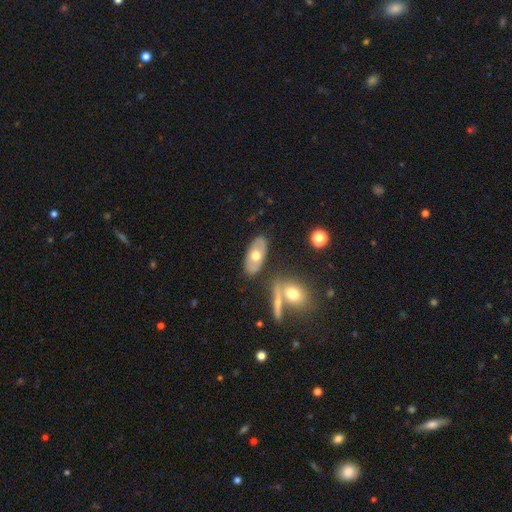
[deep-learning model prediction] This appears to be a smooth galaxy with no disk features (52%) that is in between round and cigar-shaped (90%). Merging: none (78%).